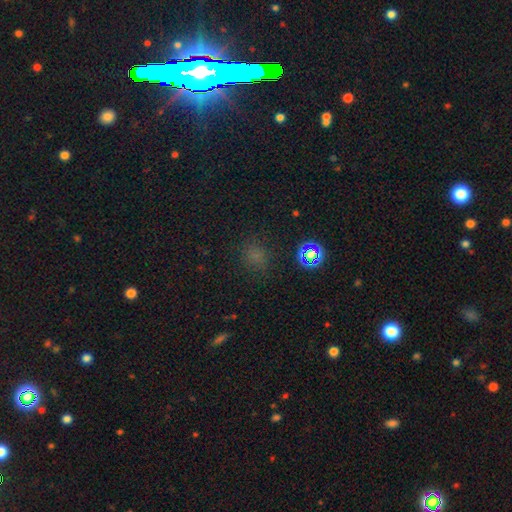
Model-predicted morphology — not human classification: The model was most divided on "smooth or featured": smooth: 63%, star or artifact: 30%, featured or disk: 6%. More confident: merging — none (80%); how rounded — round (75%).